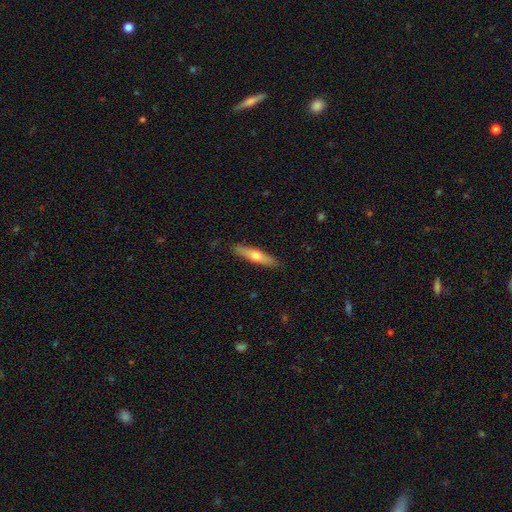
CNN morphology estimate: smooth_or_featured: smooth (p=0.52) [alt: featured or disk p=0.43]
how_rounded: cigar-shaped (p=0.82) [alt: in between p=0.16]
merging: none (p=0.89) [alt: minor disturbance p=0.08]